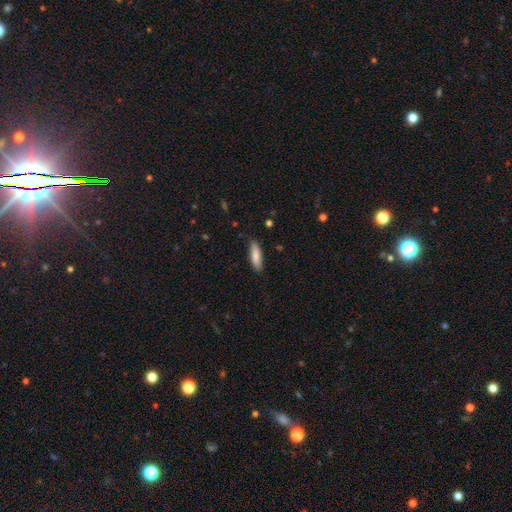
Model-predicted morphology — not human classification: Smooth or featured? smooth (83%)
How rounded? cigar-shaped (58%)
Merging? none (85%)